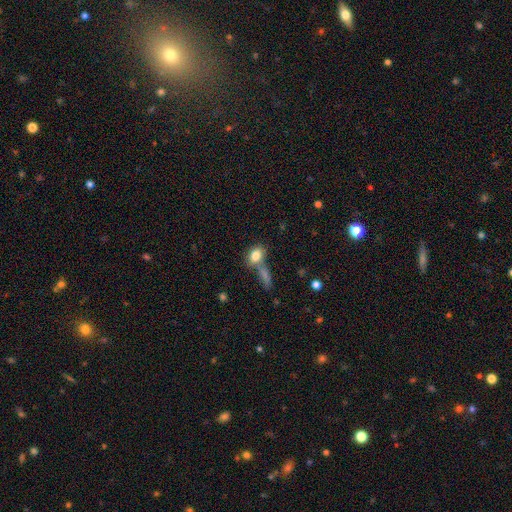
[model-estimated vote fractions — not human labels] A smooth galaxy with no disk features (82%) that is in between round and cigar-shaped (77%).

Vote fractions:
- Smooth or featured? smooth: 82% / featured or disk: 10% / star or artifact: 8%
- How rounded? in between: 77% / round: 20% / cigar-shaped: 3%
- Merging? none: 47% / merger: 34% / minor disturbance: 13% / major disturbance: 6%